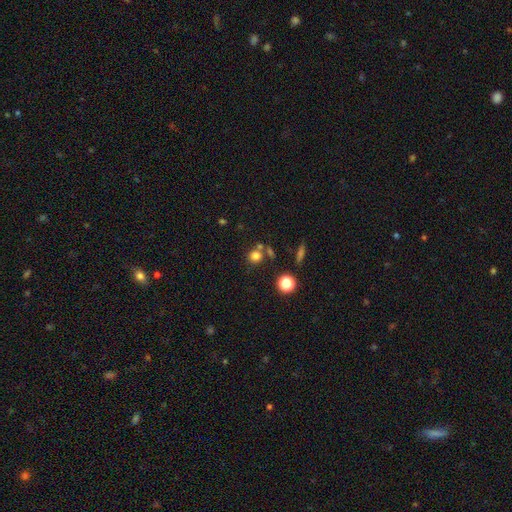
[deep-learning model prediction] This is likely a smooth galaxy (76%). How rounded: clearly round (86%). Merging: likely none (67%).